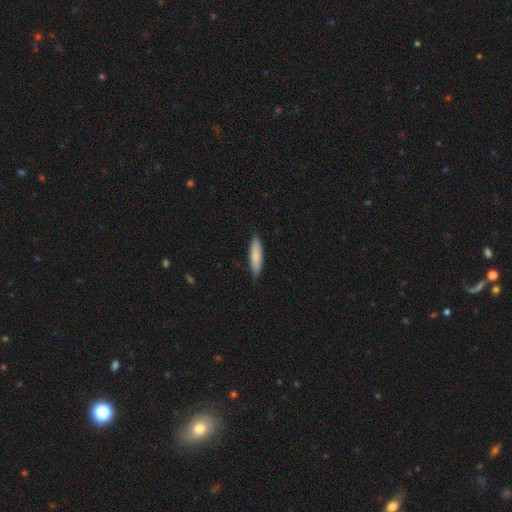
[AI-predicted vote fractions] smooth 82%, featured or disk 13%, star or artifact 5%. Down the decision tree: how rounded — cigar-shaped (75%); merging — none (83%).